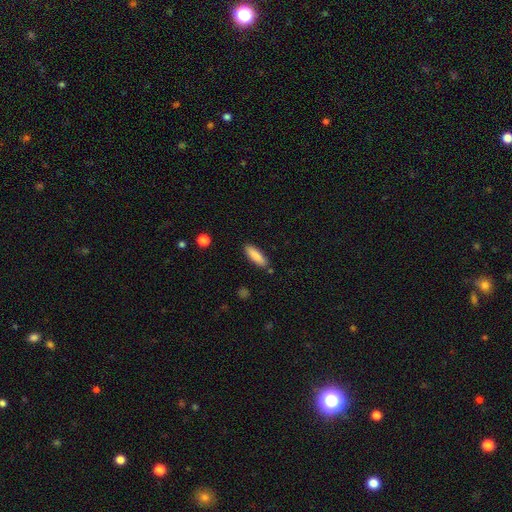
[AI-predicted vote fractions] This is clearly a smooth galaxy (85%). How rounded: possibly cigar-shaped (50%). Merging: clearly none (86%).